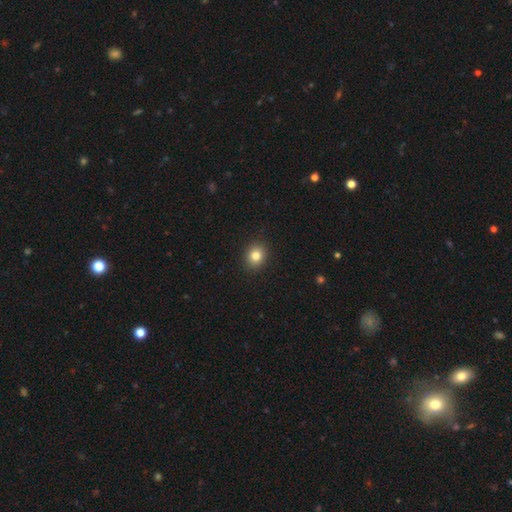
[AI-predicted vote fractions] smooth_or_featured: smooth (p=0.82) [alt: star or artifact p=0.11]
how_rounded: round (p=0.66) [alt: in between p=0.33]
merging: none (p=0.91) [alt: minor disturbance p=0.06]